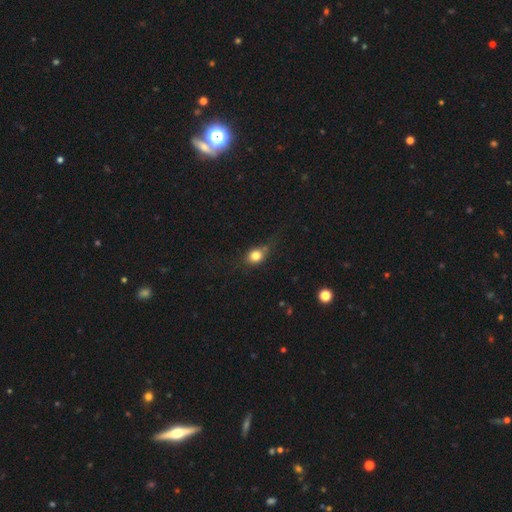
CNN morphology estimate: smooth 79%, star or artifact 11%, featured or disk 10%. Down the decision tree: how rounded — round (64%); merging — none (61%).